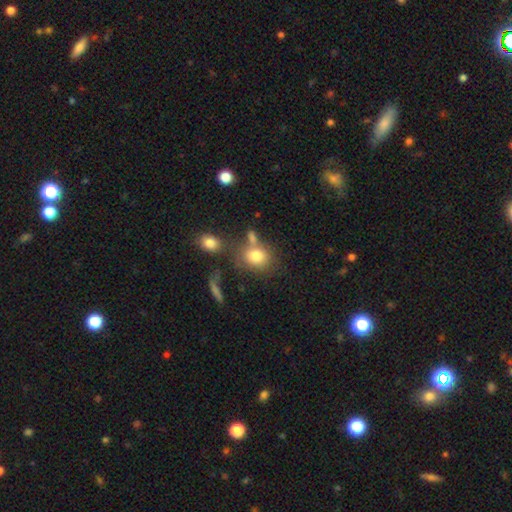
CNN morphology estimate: Smooth or featured?
  - smooth: 79% *
  - featured or disk: 11%
  - star or artifact: 10%
How rounded?
  - round: 53% *
  - in between: 46%
  - cigar-shaped: 2%
Merging?
  - none: 49% *
  - merger: 26%
  - minor disturbance: 15%
  - major disturbance: 10%